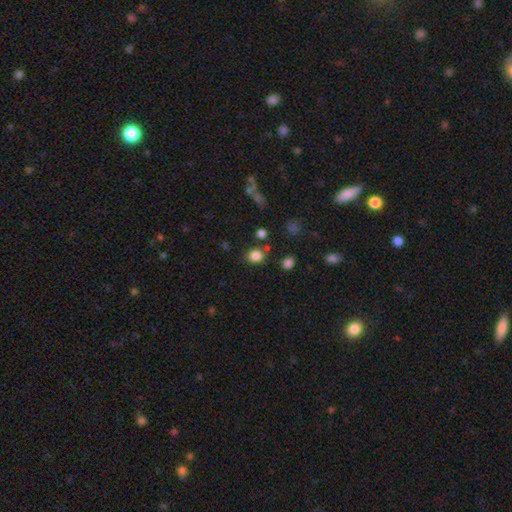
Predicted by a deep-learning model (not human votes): This is clearly a smooth galaxy (82%). How rounded: likely round (74%). Merging: likely none (77%).